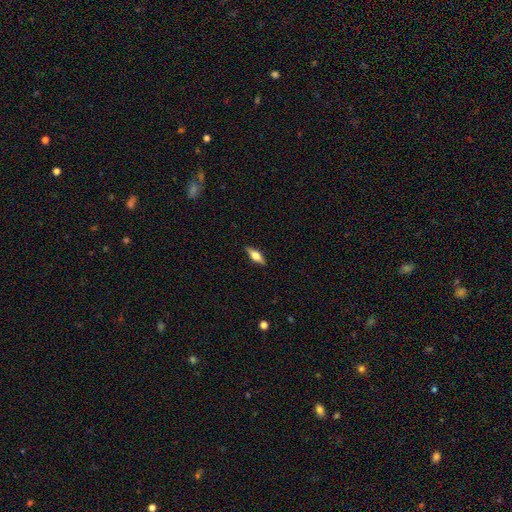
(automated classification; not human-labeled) Smooth or featured? Predicted: featured or disk (p=0.55). Edge-on disk? Predicted: yes (p=0.95). Edge-on bulge? Predicted: rounded (p=0.92). Merging? Predicted: none (p=0.89).